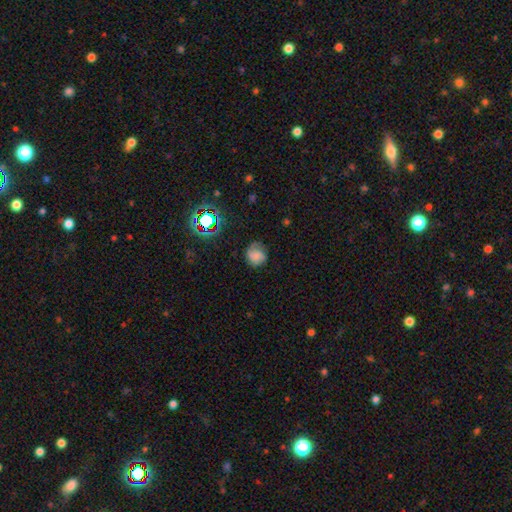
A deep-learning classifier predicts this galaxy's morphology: Smooth or featured? smooth (63%)
How rounded? round (81%)
Merging? none (63%)